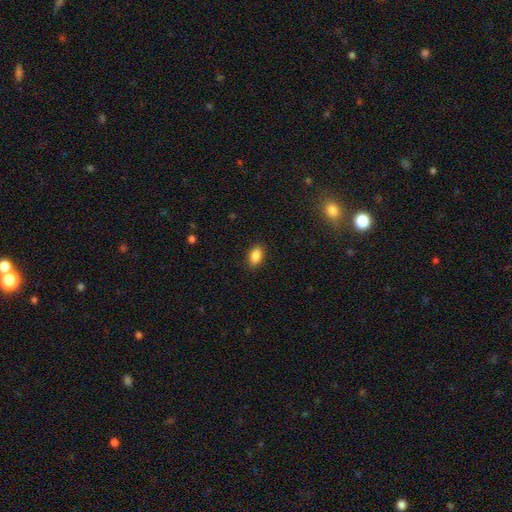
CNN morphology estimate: Smooth or featured? smooth (87%)
How rounded? in between (88%)
Merging? none (89%)